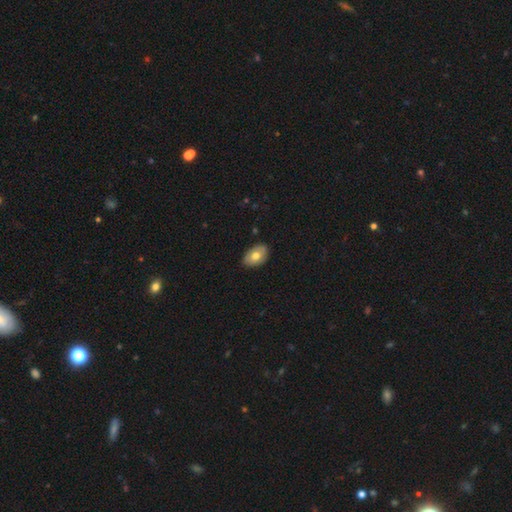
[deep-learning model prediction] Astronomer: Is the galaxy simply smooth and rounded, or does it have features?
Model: smooth — 70%.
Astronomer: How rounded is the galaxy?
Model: in between — 89%.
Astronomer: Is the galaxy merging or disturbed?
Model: none — 82%.